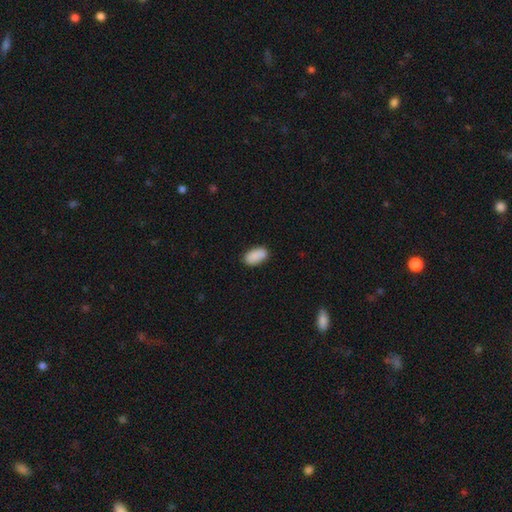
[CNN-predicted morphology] Q: Smooth or featured?
A: smooth (89%); runner-up: star or artifact (7%)
Q: How rounded?
A: in between (94%); runner-up: round (3%)
Q: Merging?
A: none (82%); runner-up: minor disturbance (14%)